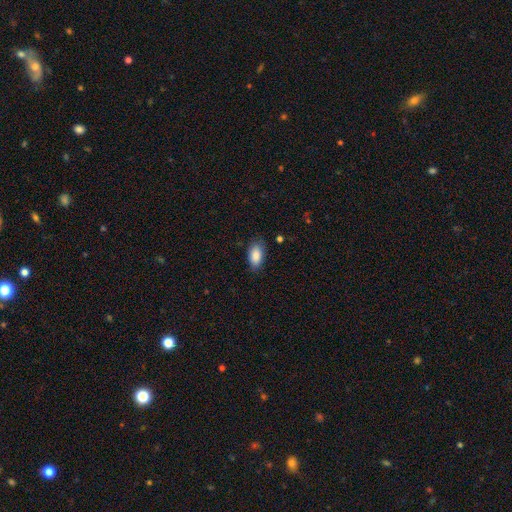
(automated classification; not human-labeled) Smooth or featured? Predicted: smooth (p=0.87). How rounded? Predicted: in between (p=0.92). Merging? Predicted: none (p=0.79).